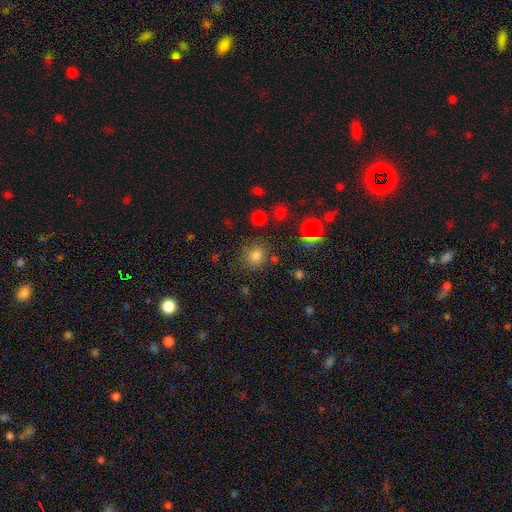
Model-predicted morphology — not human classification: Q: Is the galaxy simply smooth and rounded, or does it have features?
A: smooth — 79%.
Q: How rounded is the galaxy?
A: round — 88%.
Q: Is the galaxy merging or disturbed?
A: none — 82%.